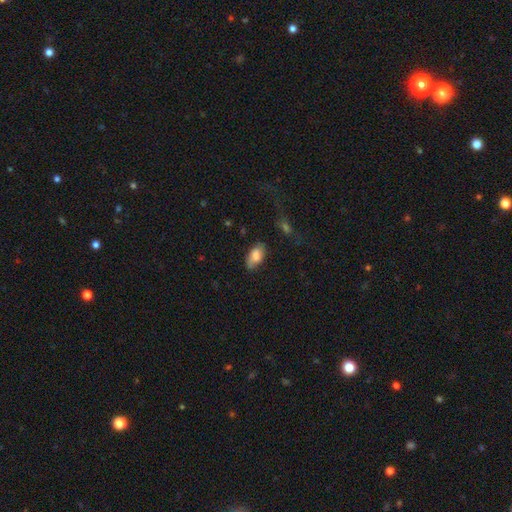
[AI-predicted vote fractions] Smooth or featured: smooth — 79% (featured or disk — 14%)
How rounded: in between — 93% (round — 4%)
Merging: none — 70% (minor disturbance — 23%)